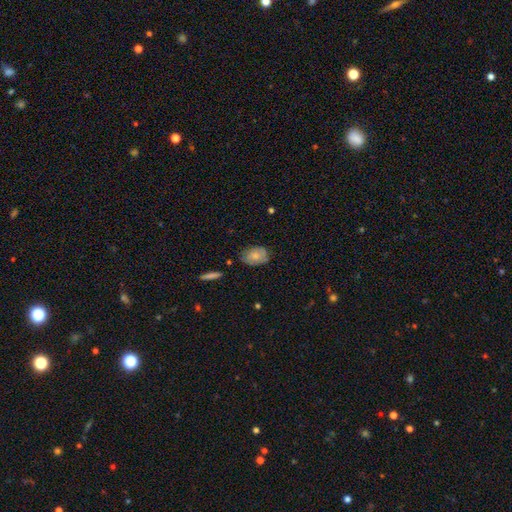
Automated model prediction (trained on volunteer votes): Q: Smooth or featured?
A: smooth (74%); runner-up: featured or disk (19%)
Q: How rounded?
A: in between (84%); runner-up: round (15%)
Q: Merging?
A: none (70%); runner-up: minor disturbance (23%)